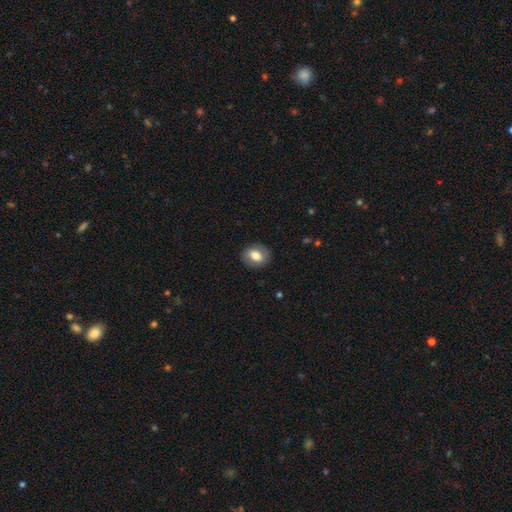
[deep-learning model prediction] A smooth galaxy with no disk features (76%) that is in between round and cigar-shaped (57%). Merging: none (86%).